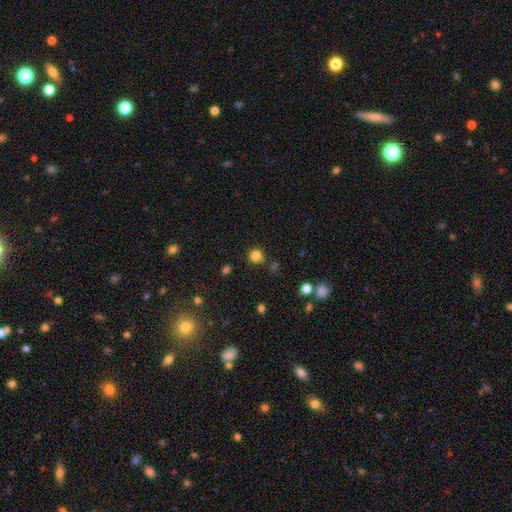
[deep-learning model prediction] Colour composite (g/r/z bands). It shows a smooth galaxy with no disk features (82%) that is round (89%). Merging: none (81%).